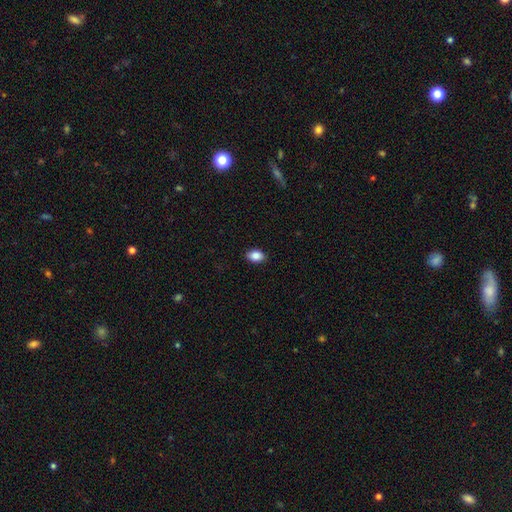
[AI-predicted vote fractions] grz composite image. It shows a smooth galaxy with no disk features (88%) that is in between round and cigar-shaped (83%). Merging: none (89%).